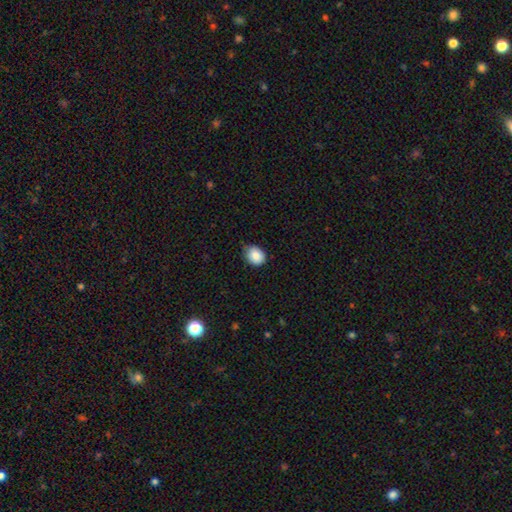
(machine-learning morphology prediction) The model was most divided on "how rounded": round: 62%, in between: 37%, cigar-shaped: 1%. More confident: smooth or featured — smooth (86%); merging — none (71%).